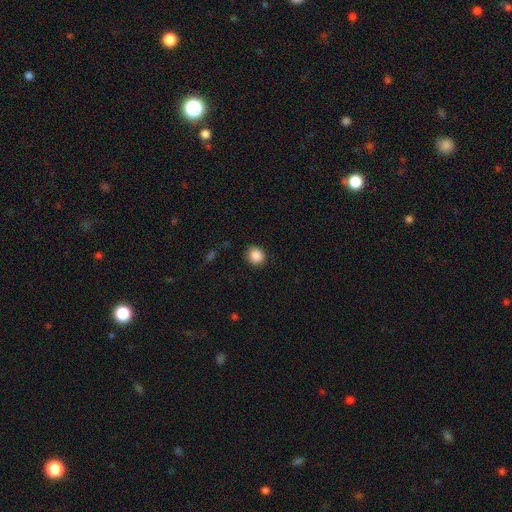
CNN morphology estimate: This appears to be a smooth galaxy with no disk features (88%) that is round (77%). Merging: none (88%).